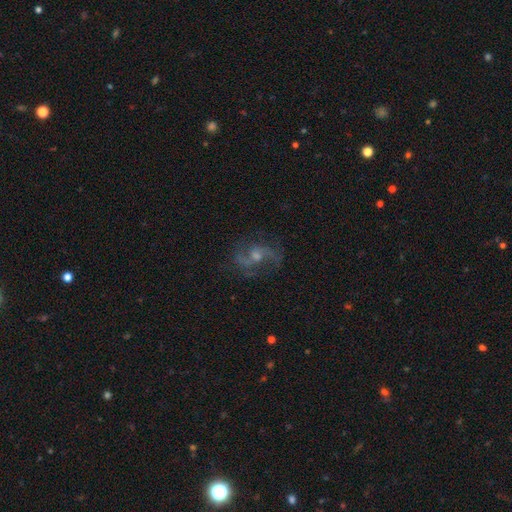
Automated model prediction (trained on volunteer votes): The model was most divided on "spiral winding": loose: 49%, medium: 43%, tight: 8%. Remaining: edge-on disk — no (97%); spiral arms — yes (93%); spiral arm count — 2 (87%); smooth or featured — featured or disk (81%); merging — none (70%); bar — no (51%); bulge size — moderate (49%).